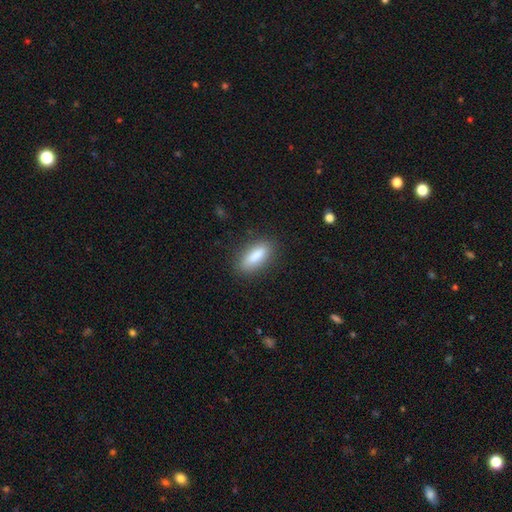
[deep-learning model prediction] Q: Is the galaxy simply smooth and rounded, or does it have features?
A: smooth — 84%.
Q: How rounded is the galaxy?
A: in between — 66%.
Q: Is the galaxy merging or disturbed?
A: none — 85%.